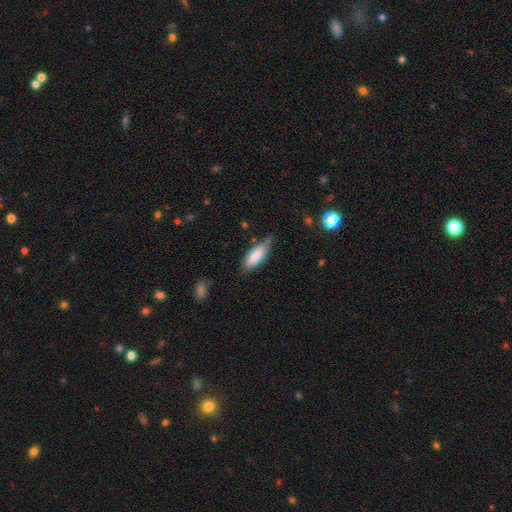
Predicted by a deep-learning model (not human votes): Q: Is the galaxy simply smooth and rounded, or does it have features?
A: smooth — 80%.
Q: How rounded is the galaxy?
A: in between — 72%.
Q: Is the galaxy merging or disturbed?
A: none — 61%.